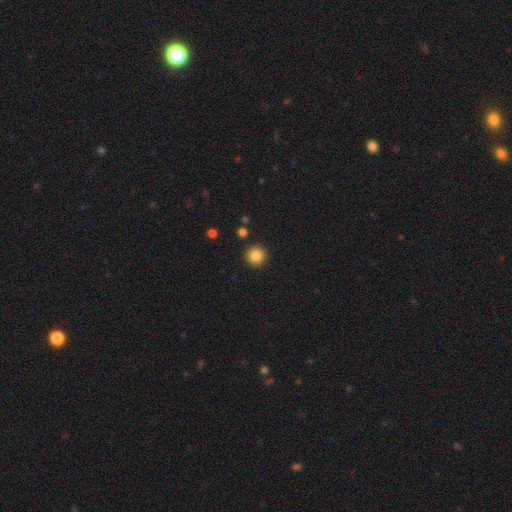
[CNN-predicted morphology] A smooth galaxy with no disk features (84%) that is round (95%). Merging: none (92%).